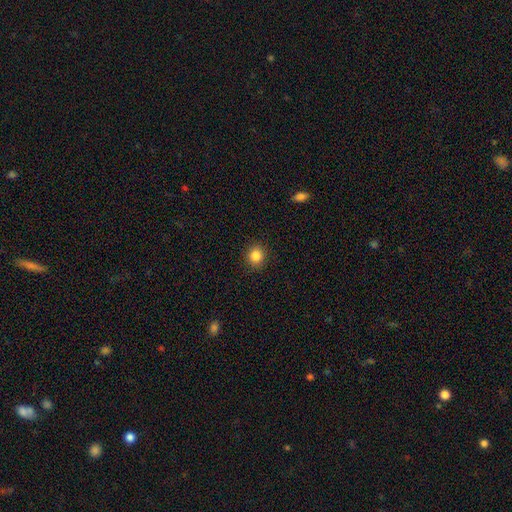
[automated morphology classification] The model was most divided on "how rounded": round: 85%, in between: 14%, cigar-shaped: 1%. More confident: merging — none (90%); smooth or featured — smooth (85%).